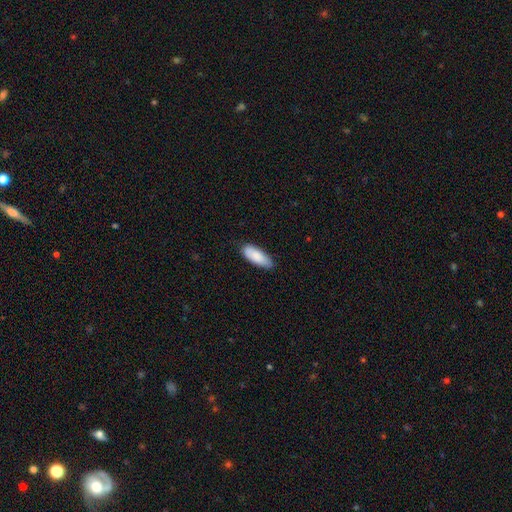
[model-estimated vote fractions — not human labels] Smooth or featured? smooth (86%)
How rounded? in between (76%)
Merging? none (77%)